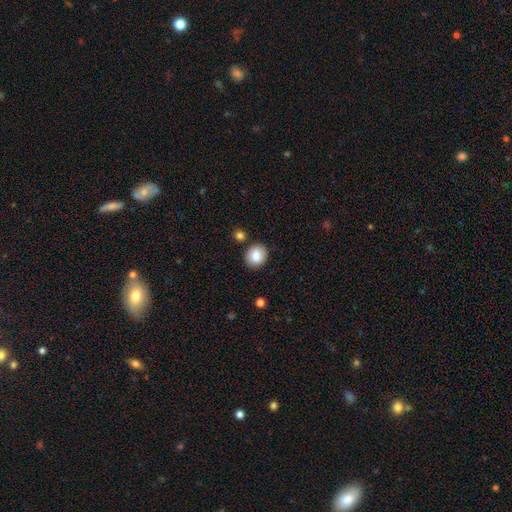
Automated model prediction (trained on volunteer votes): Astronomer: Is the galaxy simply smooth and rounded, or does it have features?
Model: smooth — 85%.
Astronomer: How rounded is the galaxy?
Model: round — 71%.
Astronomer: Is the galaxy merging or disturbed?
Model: none — 87%.